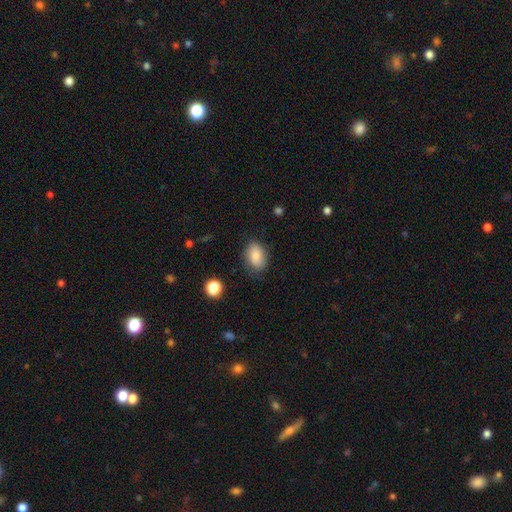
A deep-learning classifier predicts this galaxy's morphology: Smooth or featured: smooth — 82% (featured or disk — 9%)
How rounded: in between — 80% (round — 19%)
Merging: none — 76% (minor disturbance — 18%)